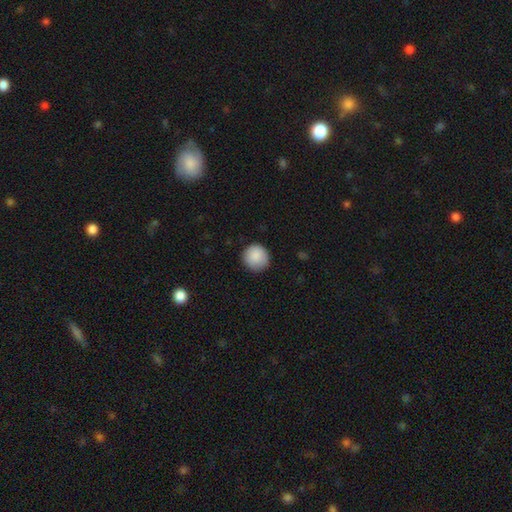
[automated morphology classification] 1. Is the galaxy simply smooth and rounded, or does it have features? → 89% smooth, 7% star or artifact, 4% featured or disk.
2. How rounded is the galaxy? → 94% round, 5% in between, 1% cigar-shaped.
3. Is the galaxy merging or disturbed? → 88% none, 9% minor disturbance, 2% major disturbance, 1% merger.